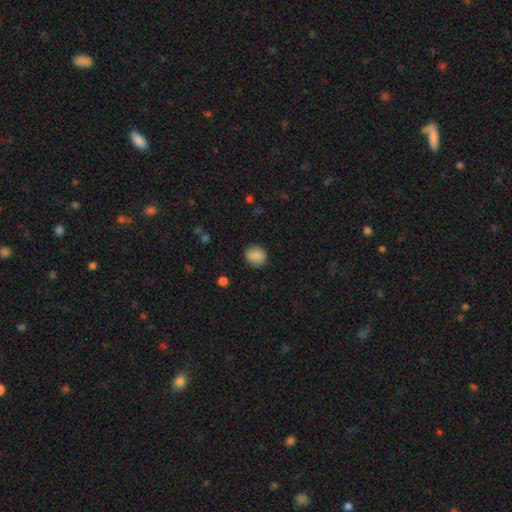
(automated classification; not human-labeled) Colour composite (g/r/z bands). It shows a smooth galaxy with no disk features (87%) that is round (72%). Merging: none (86%).